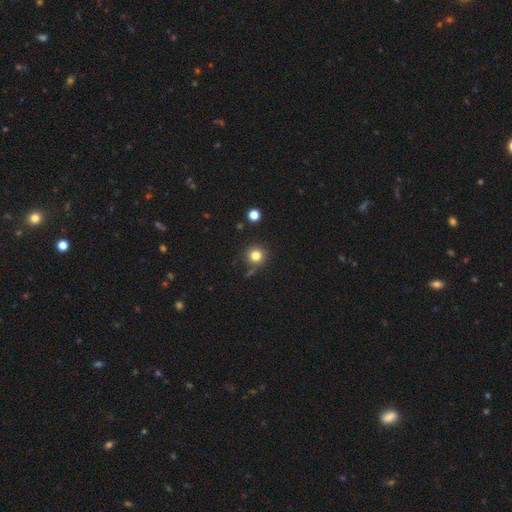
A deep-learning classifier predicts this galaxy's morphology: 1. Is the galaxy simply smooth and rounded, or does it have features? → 81% smooth, 13% star or artifact, 6% featured or disk.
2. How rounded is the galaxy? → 94% round, 5% in between, 1% cigar-shaped.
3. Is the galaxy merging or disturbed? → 82% none, 9% minor disturbance, 5% merger, 3% major disturbance.